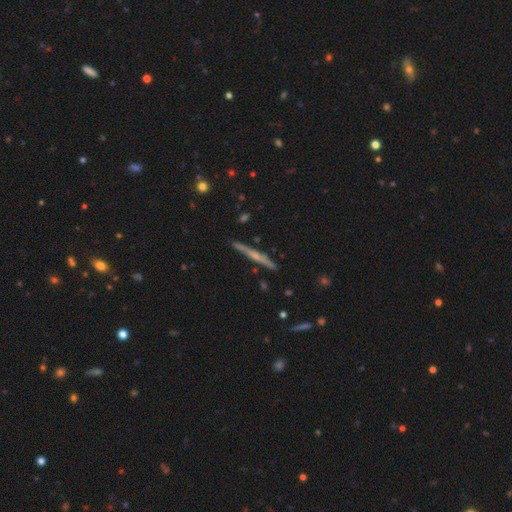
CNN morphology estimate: The model was most divided on "edge-on bulge": rounded: 53%, none: 39%, boxy: 8%. More confident: edge-on disk — yes (97%); merging — none (89%); smooth or featured — featured or disk (65%).